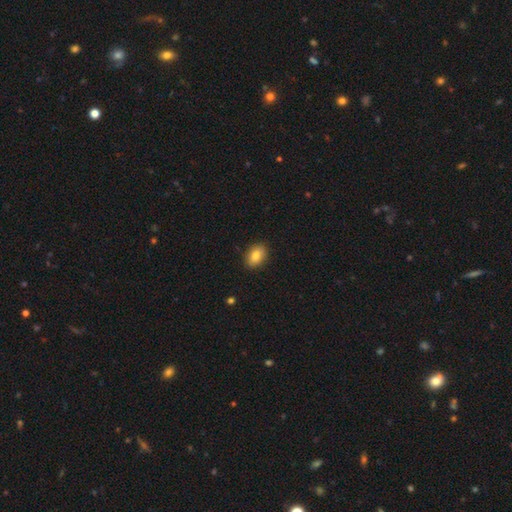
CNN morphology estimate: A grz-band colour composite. It shows a smooth galaxy with no disk features (83%) that is in between round and cigar-shaped (81%). Merging: none (88%).